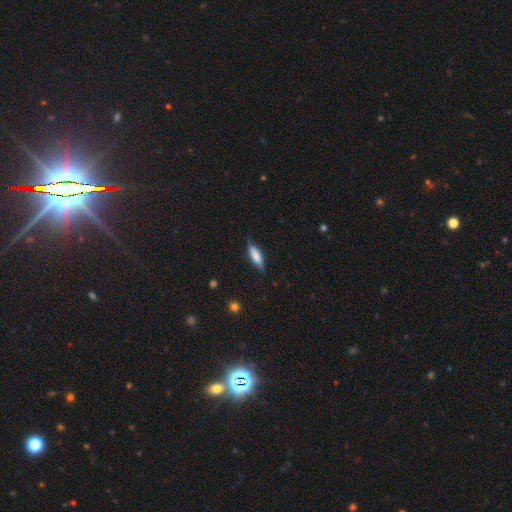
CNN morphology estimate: Smooth or featured? smooth (66%)
How rounded? cigar-shaped (54%)
Merging? none (76%)